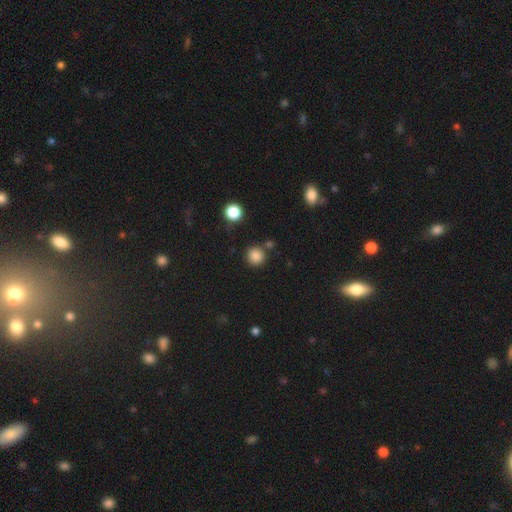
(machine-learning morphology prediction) Overall: smooth (85%). How rounded: round (93%). Merging: none (83%).